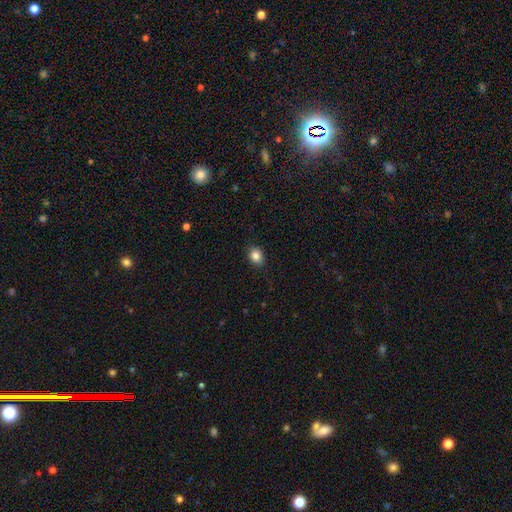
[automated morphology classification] smooth-or-featured: smooth: 85% | star or artifact: 10% | featured or disk: 5%
  how-rounded: in between: 57% | round: 42% | cigar-shaped: 1%
  merging: none: 88% | minor disturbance: 9% | major disturbance: 2% | merger: 1%